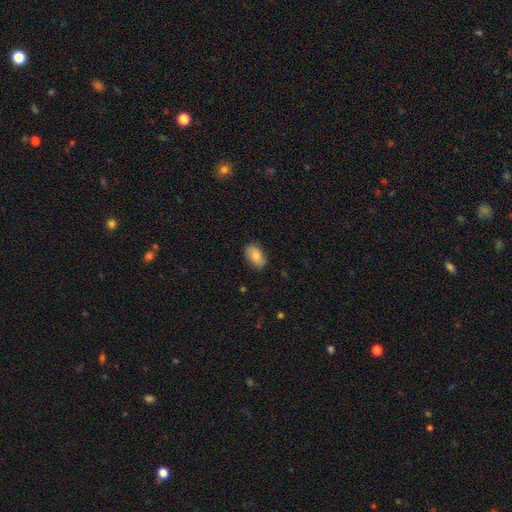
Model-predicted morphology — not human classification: This is clearly a smooth galaxy (80%). How rounded: clearly in between (92%). Merging: clearly none (82%).